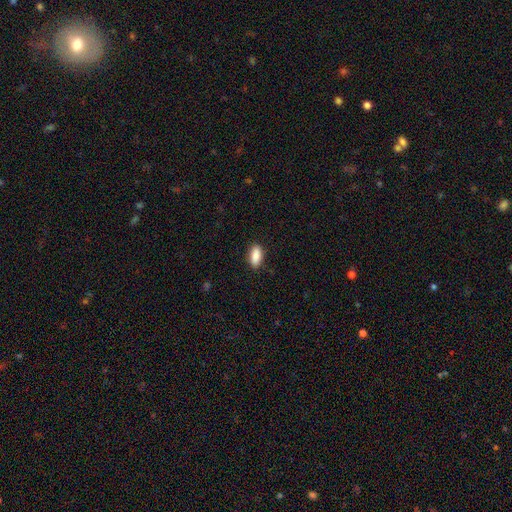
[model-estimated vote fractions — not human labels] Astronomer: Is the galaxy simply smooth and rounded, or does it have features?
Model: smooth — 88%.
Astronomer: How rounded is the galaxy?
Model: in between — 88%.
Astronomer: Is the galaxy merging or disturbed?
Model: none — 88%.